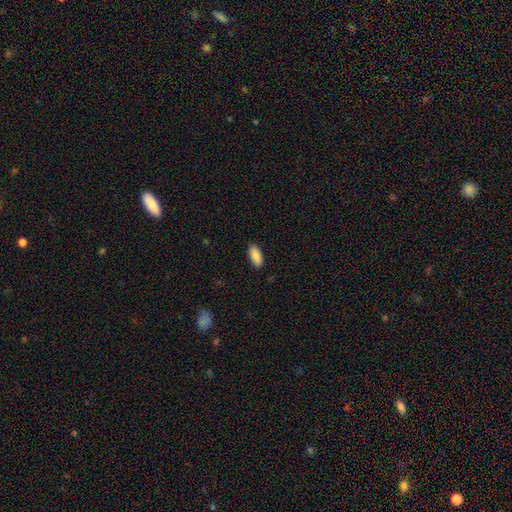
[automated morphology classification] Smooth or featured: smooth — 87% (star or artifact — 7%)
How rounded: in between — 90% (cigar-shaped — 8%)
Merging: none — 88% (minor disturbance — 9%)